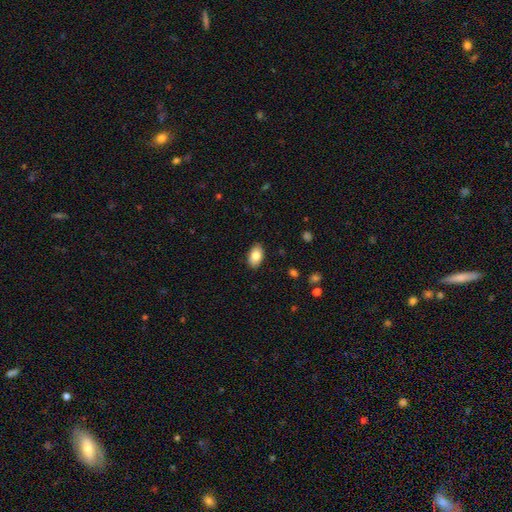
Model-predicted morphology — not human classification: smooth 83%, featured or disk 10%, star or artifact 7%. Down the decision tree: how rounded — in between (92%); merging — none (88%).